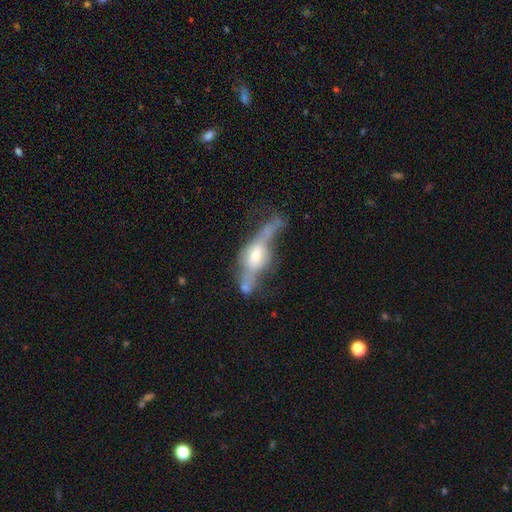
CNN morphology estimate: This is likely a featured or disk galaxy (67%). It is possibly viewed edge-on (59%). Merging: marginally major disturbance (32%).